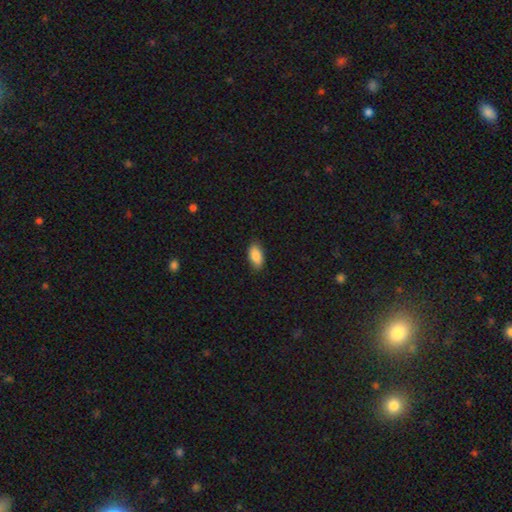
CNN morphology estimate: Smooth or featured: smooth — 89% (star or artifact — 6%)
How rounded: in between — 92% (cigar-shaped — 6%)
Merging: none — 87% (minor disturbance — 10%)